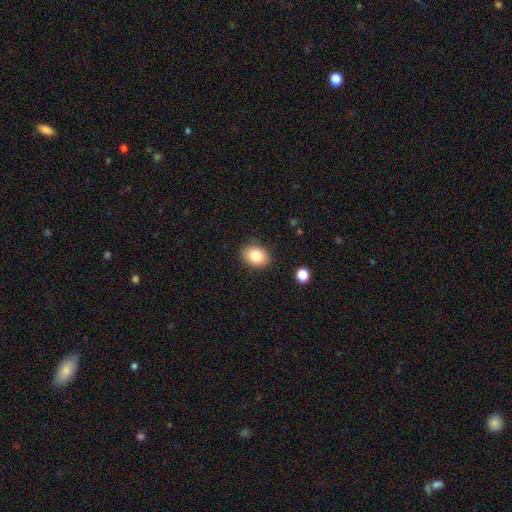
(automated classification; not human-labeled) Smooth or featured? Predicted: smooth (p=0.83). How rounded? Predicted: in between (p=0.63). Merging? Predicted: none (p=0.86).